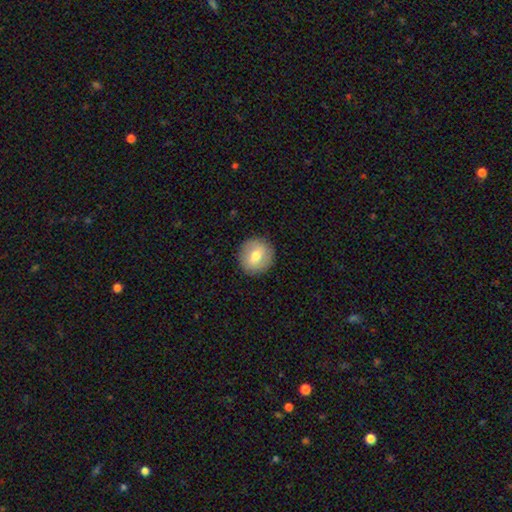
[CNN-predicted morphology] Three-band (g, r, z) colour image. It shows a smooth galaxy with no disk features (69%) that is round (90%). Merging: none (90%).